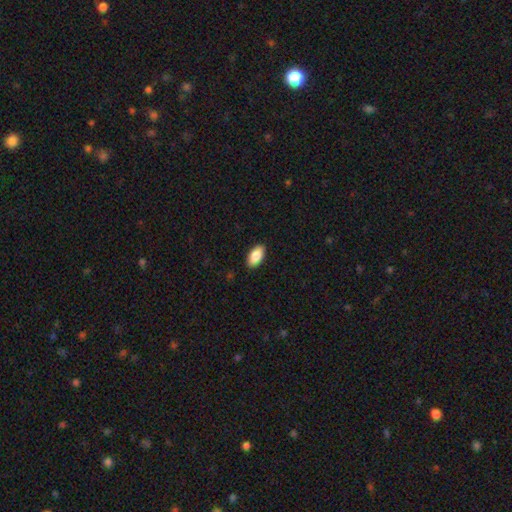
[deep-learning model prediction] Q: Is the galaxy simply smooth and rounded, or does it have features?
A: smooth — 88%.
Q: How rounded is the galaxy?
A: in between — 94%.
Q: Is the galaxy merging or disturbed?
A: none — 90%.